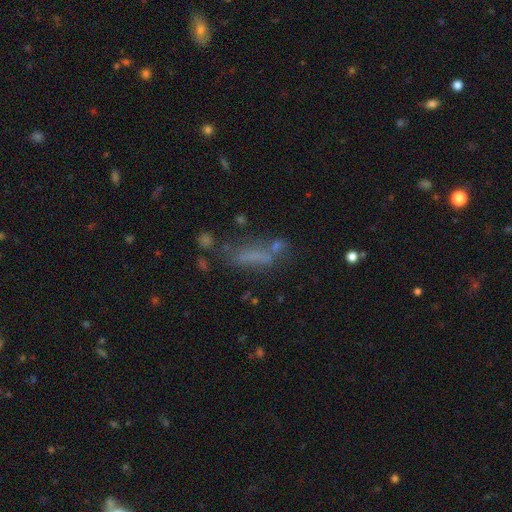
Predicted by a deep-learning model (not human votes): smooth 54%, featured or disk 26%, star or artifact 20%. Down the decision tree: how rounded — cigar-shaped (63%); merging — none (50%).